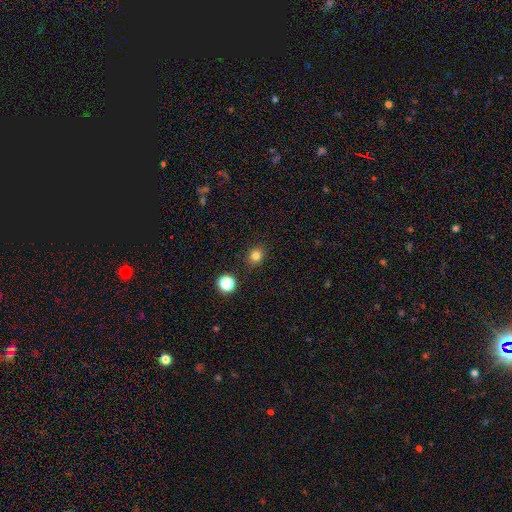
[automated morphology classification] smooth_or_featured: smooth (p=0.80) [alt: star or artifact p=0.14]
how_rounded: round (p=0.75) [alt: in between p=0.24]
merging: none (p=0.88) [alt: minor disturbance p=0.08]